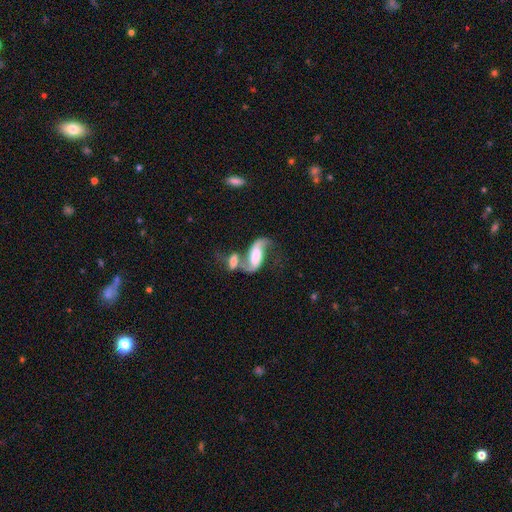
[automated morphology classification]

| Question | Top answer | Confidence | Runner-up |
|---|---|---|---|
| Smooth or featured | featured or disk | 73% | smooth (20%) |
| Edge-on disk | no | 94% | yes (6%) |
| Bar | no | 40% | weak (32%) |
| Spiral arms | yes | 91% | no (9%) |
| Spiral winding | loose | 76% | medium (19%) |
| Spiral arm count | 2 | 86% | 1 (7%) |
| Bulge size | large | 29% | none (25%) |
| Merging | merger | 53% | none (23%) |